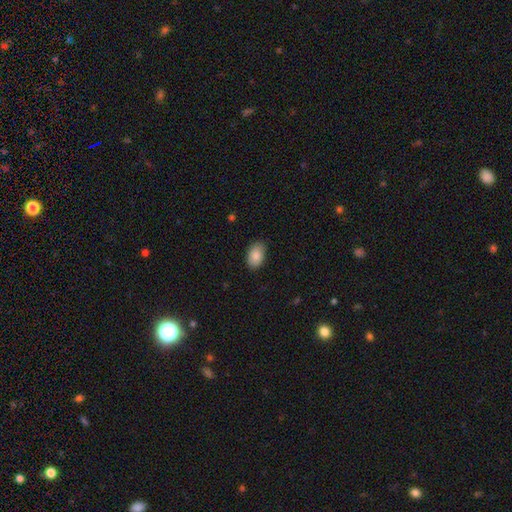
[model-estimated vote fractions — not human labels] A smooth galaxy with no disk features (86%) that is in between round and cigar-shaped (90%). Merging: none (83%).